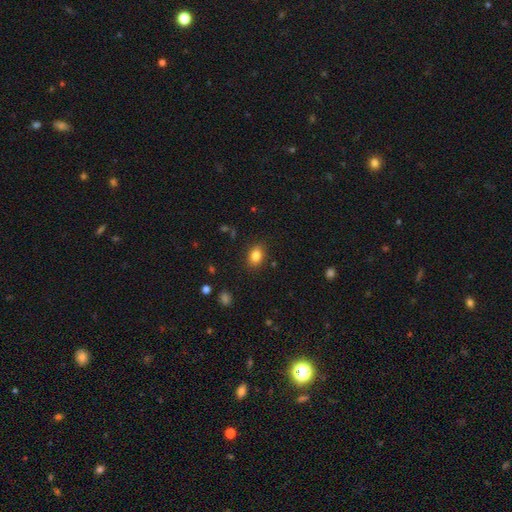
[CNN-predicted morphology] Overall: smooth (84%). How rounded: in between (74%). Merging: none (86%).